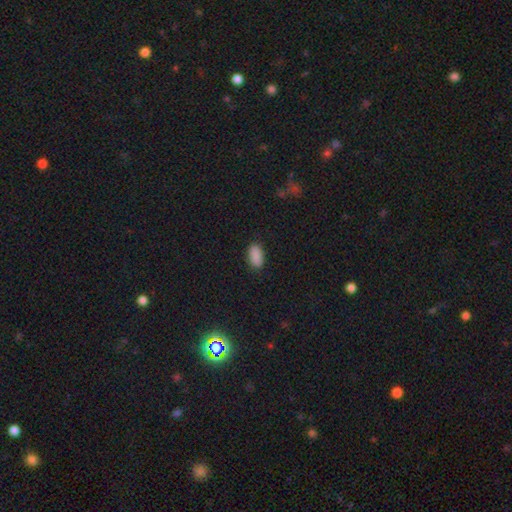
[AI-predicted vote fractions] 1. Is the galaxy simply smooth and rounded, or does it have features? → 89% smooth, 8% star or artifact, 3% featured or disk.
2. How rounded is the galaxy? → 94% in between, 4% round, 3% cigar-shaped.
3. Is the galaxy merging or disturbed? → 88% none, 9% minor disturbance, 2% major disturbance, 1% merger.